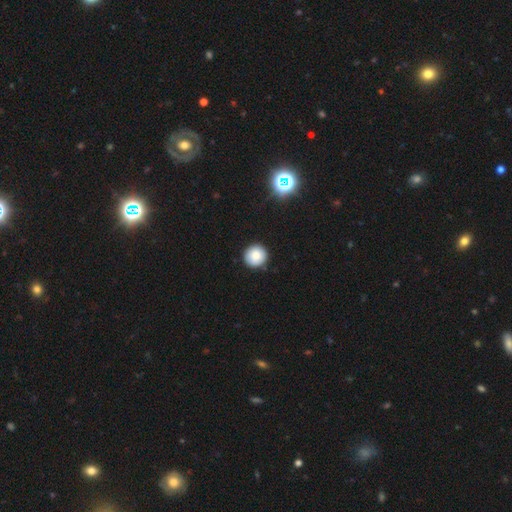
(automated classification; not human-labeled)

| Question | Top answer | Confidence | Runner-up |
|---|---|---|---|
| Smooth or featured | smooth | 82% | star or artifact (10%) |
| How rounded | round | 94% | in between (5%) |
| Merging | none | 89% | minor disturbance (8%) |